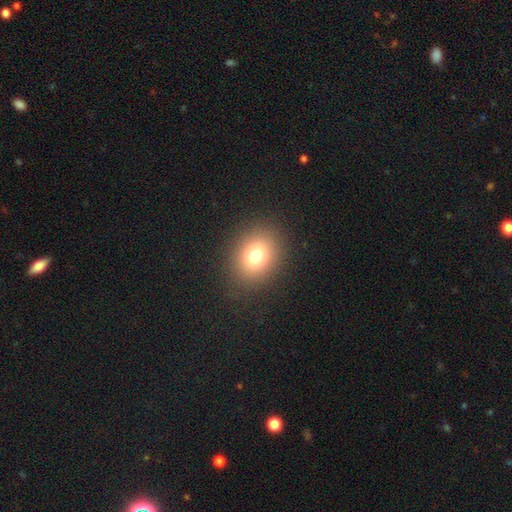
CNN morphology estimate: Smooth or featured?
  - smooth: 75% *
  - star or artifact: 15%
  - featured or disk: 10%
How rounded?
  - round: 53% *
  - in between: 46%
  - cigar-shaped: 1%
Merging?
  - none: 87% *
  - minor disturbance: 8%
  - major disturbance: 4%
  - merger: 1%